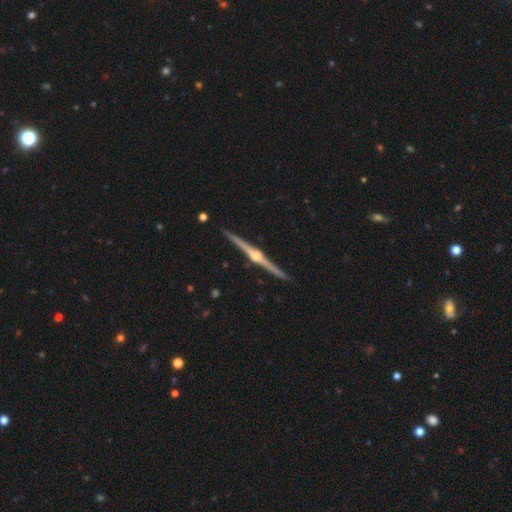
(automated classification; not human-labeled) Morphology: type=featured or disk (88%); edge-on=yes (99%); edge-on bulge=rounded (95%); merging=none (93%).